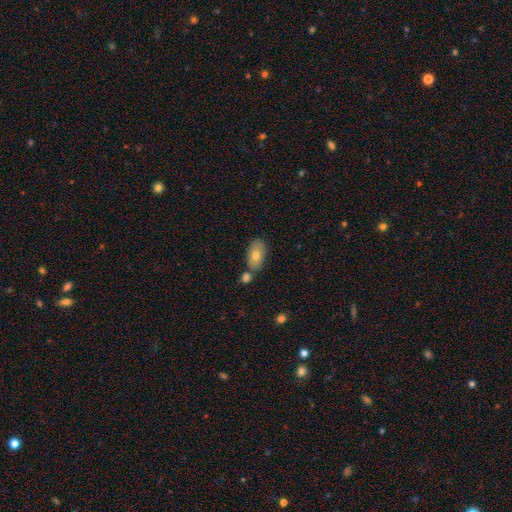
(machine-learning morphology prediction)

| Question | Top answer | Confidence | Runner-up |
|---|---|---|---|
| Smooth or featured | smooth | 73% | featured or disk (19%) |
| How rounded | in between | 91% | round (7%) |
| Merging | none | 62% | merger (20%) |